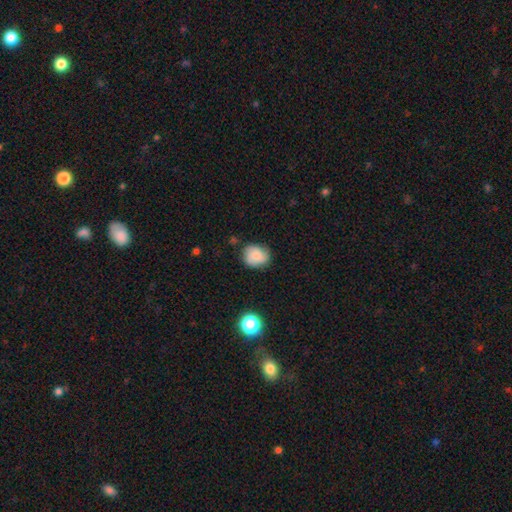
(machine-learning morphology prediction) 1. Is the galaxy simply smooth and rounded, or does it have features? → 73% smooth, 19% featured or disk, 9% star or artifact.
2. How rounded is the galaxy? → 69% round, 30% in between, 1% cigar-shaped.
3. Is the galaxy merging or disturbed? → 72% none, 21% minor disturbance, 4% major disturbance, 2% merger.